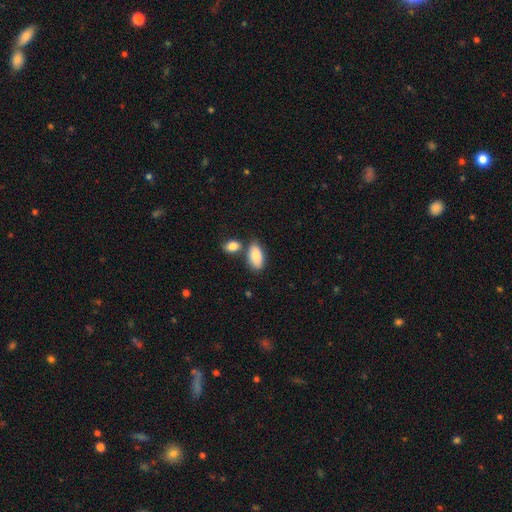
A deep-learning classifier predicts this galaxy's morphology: Smooth or featured? smooth (87%)
How rounded? in between (93%)
Merging? none (63%)